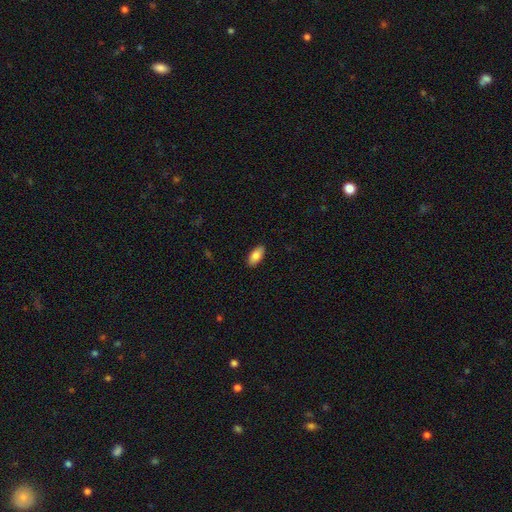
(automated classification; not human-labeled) This appears to be a smooth galaxy with no disk features (86%) that is in between round and cigar-shaped (92%). Merging: none (89%).